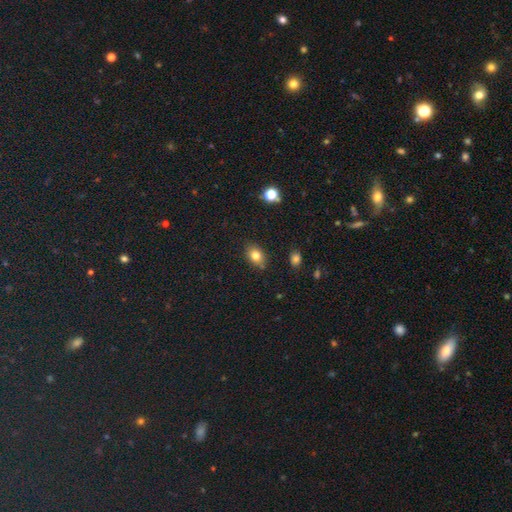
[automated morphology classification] Q: Smooth or featured?
A: smooth (80%); runner-up: star or artifact (11%)
Q: How rounded?
A: in between (73%); runner-up: round (26%)
Q: Merging?
A: none (80%); runner-up: minor disturbance (15%)